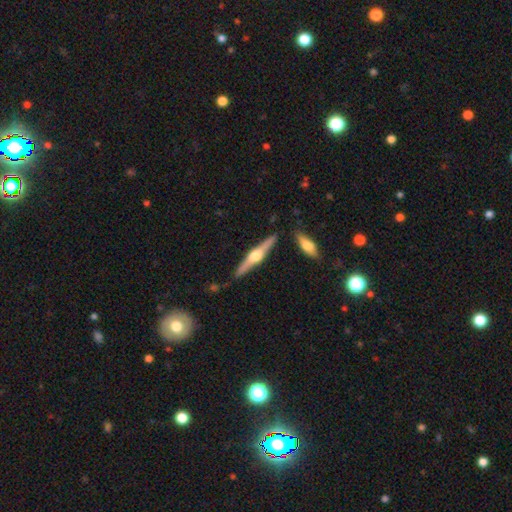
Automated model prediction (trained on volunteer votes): A featured or disk galaxy (75%) viewed edge-on (98%) with a rounded central bulge (95%).

Vote fractions:
- Smooth or featured? featured or disk: 75% / smooth: 20% / star or artifact: 5%
- Edge-on disk? yes: 98% / no: 2%
- Edge-on bulge? rounded: 95% / boxy: 3% / none: 2%
- Merging? none: 85% / minor disturbance: 9% / merger: 4% / major disturbance: 2%